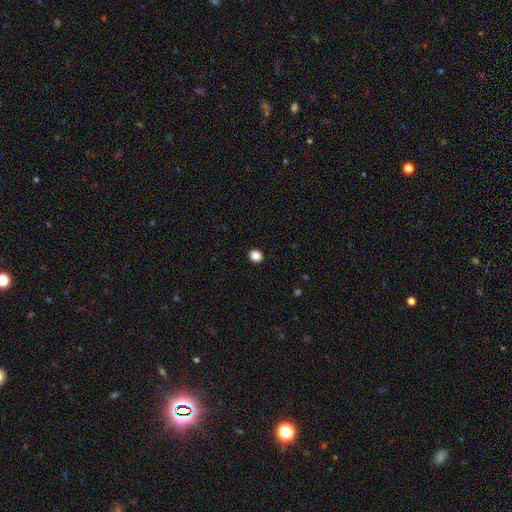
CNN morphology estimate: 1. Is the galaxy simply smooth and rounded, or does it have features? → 87% smooth, 11% star or artifact, 3% featured or disk.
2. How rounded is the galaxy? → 86% round, 13% in between, 1% cigar-shaped.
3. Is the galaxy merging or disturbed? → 93% none, 4% minor disturbance, 1% major disturbance, 1% merger.